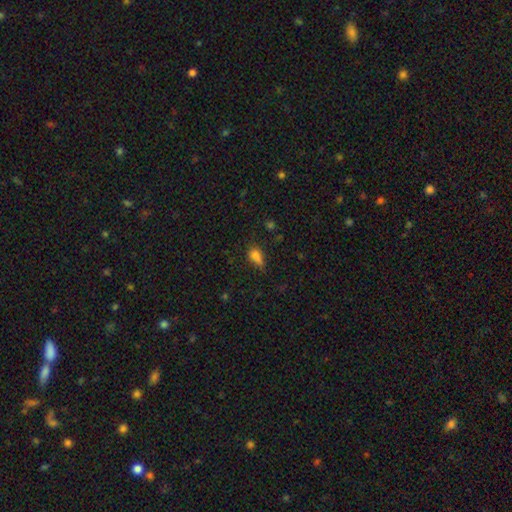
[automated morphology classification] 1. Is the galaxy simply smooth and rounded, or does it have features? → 76% smooth, 15% star or artifact, 9% featured or disk.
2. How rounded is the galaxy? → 79% in between, 12% round, 9% cigar-shaped.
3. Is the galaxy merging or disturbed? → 41% none, 34% minor disturbance, 17% major disturbance, 7% merger.